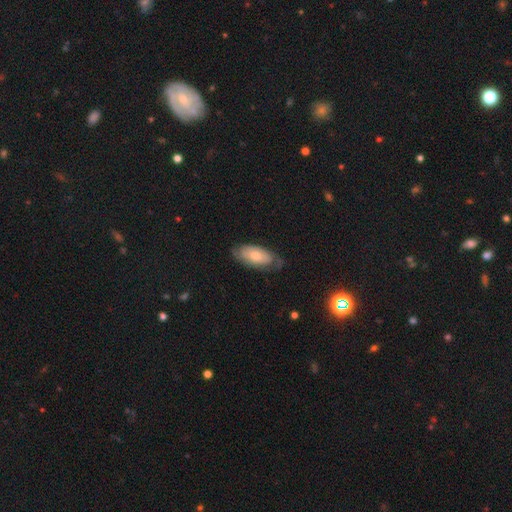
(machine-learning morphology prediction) Smooth or featured? Predicted: smooth (p=0.51). How rounded? Predicted: in between (p=0.88). Merging? Predicted: none (p=0.62).